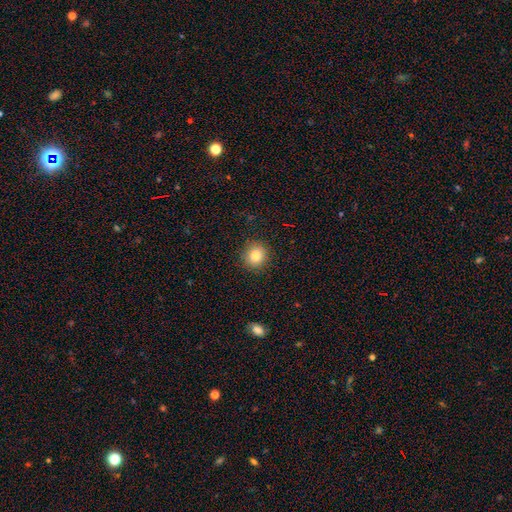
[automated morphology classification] Smooth or featured?
  - smooth: 84% *
  - star or artifact: 10%
  - featured or disk: 6%
How rounded?
  - round: 87% *
  - in between: 12%
  - cigar-shaped: 1%
Merging?
  - none: 90% *
  - minor disturbance: 7%
  - major disturbance: 2%
  - merger: 1%